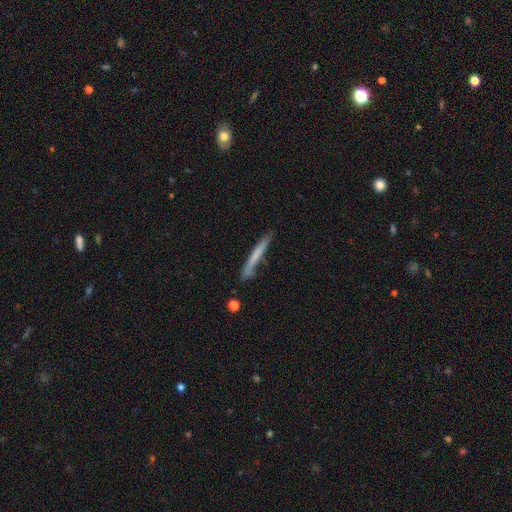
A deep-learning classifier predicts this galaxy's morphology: This appears to be a smooth galaxy with no disk features (62%) that is cigar-shaped (96%). Merging: none (75%).